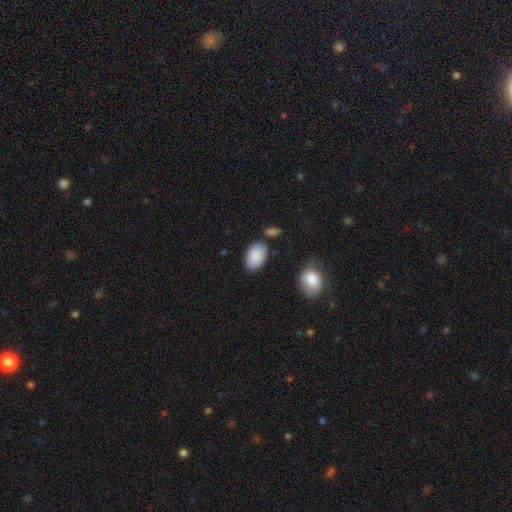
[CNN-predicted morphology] A smooth galaxy with no disk features (89%) that is in between round and cigar-shaped (92%). Merging: none (73%).